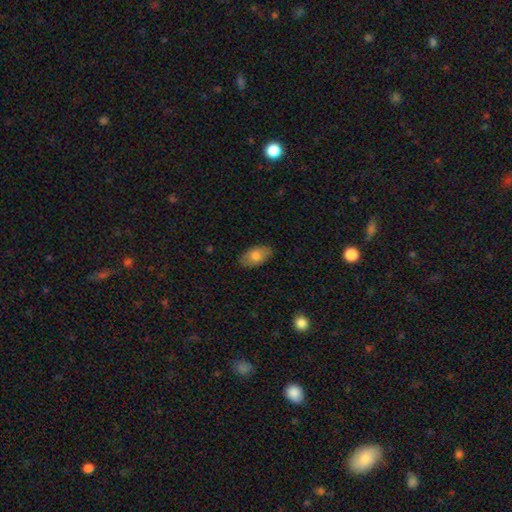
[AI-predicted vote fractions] A smooth galaxy with no disk features (78%) that is in between round and cigar-shaped (93%). Merging: none (85%).